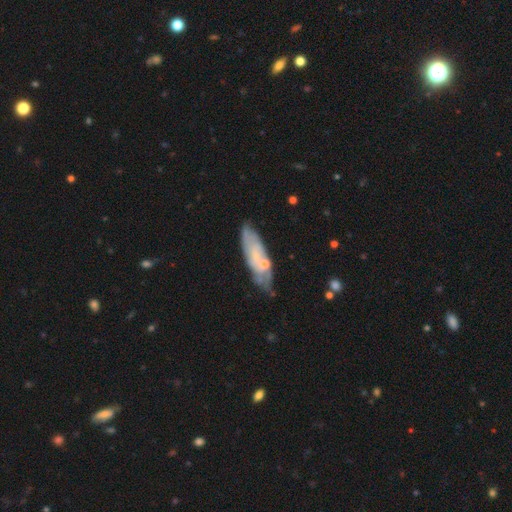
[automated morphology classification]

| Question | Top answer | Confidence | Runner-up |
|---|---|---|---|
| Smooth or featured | featured or disk | 54% | smooth (39%) |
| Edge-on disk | no | 74% | yes (26%) |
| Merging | none | 63% | minor disturbance (23%) |